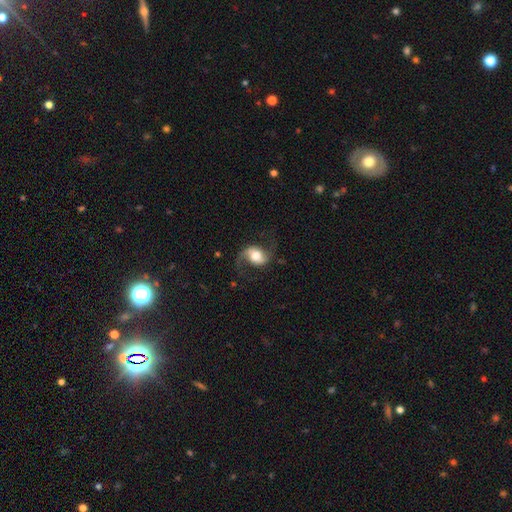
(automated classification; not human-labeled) Smooth or featured: featured or disk — 74% (smooth — 19%)
Edge-on disk: no — 97% (yes — 3%)
Bar: no — 47% (weak — 35%)
Spiral arms: yes — 94% (no — 6%)
Spiral winding: loose — 70% (medium — 25%)
Spiral arm count: 2 — 91% (1 — 5%)
Bulge size: moderate — 45% (large — 37%)
Merging: none — 69% (minor disturbance — 16%)